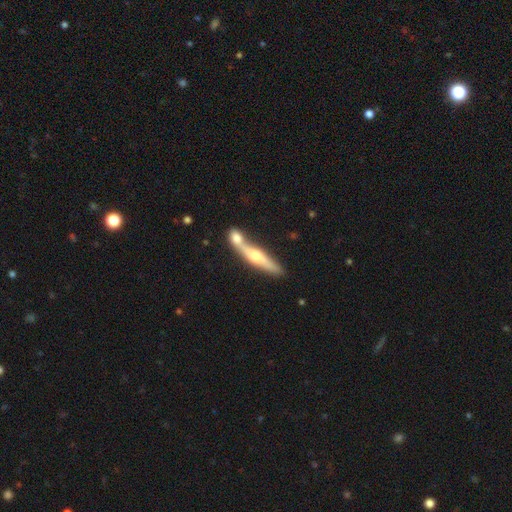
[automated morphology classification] Q: Smooth or featured?
A: featured or disk (55%); runner-up: smooth (40%)
Q: Edge-on disk?
A: yes (86%); runner-up: no (14%)
Q: Merging?
A: merger (50%); runner-up: none (37%)